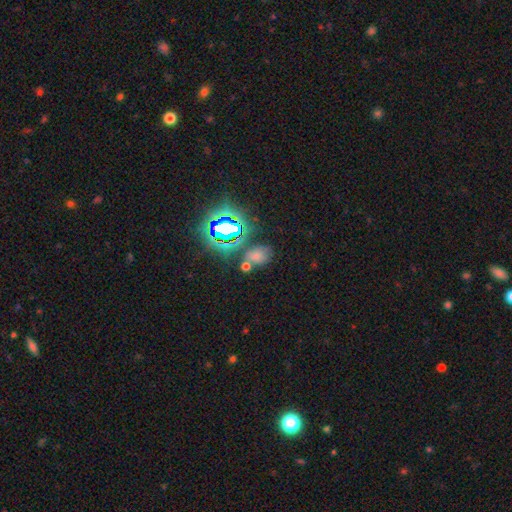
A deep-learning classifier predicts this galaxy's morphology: Smooth or featured? smooth (50%)
Merging? none (58%)